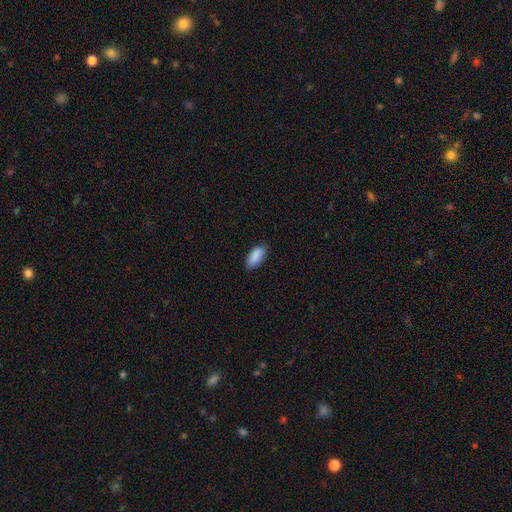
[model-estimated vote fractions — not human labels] smooth-or-featured: smooth: 88% | star or artifact: 7% | featured or disk: 5%
  how-rounded: in between: 86% | cigar-shaped: 11% | round: 2%
  merging: none: 81% | minor disturbance: 15% | major disturbance: 2% | merger: 1%